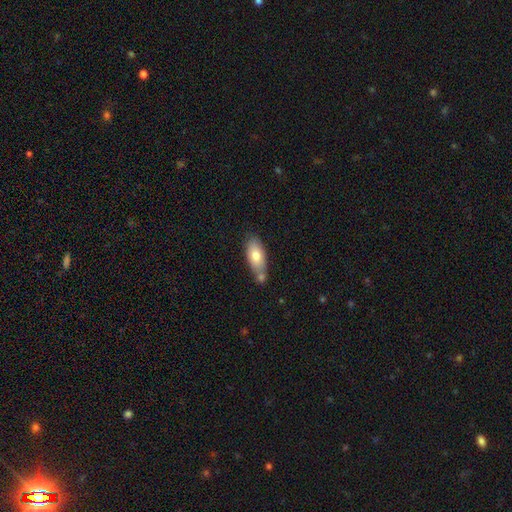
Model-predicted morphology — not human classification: Overall: smooth (73%). How rounded: in between (85%). Merging: none (51%; merger 27%).